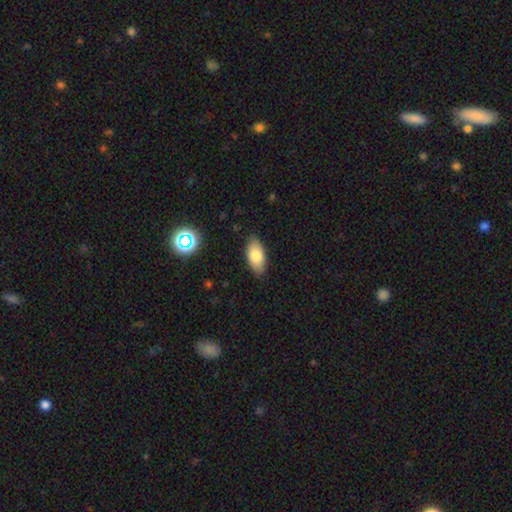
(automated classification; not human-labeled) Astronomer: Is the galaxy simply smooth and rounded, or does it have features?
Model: smooth — 79%.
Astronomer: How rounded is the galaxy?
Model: in between — 91%.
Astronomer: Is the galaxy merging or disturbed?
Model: none — 85%.